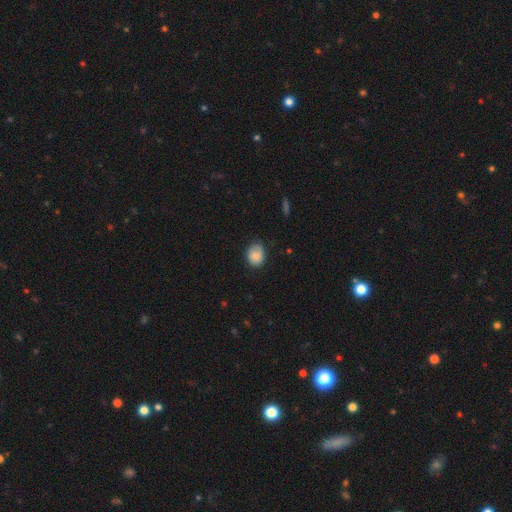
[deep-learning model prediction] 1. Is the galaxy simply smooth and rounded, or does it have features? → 80% smooth, 12% featured or disk, 8% star or artifact.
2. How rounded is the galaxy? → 59% in between, 40% round, 1% cigar-shaped.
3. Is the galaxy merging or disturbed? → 67% none, 27% minor disturbance, 4% major disturbance, 1% merger.